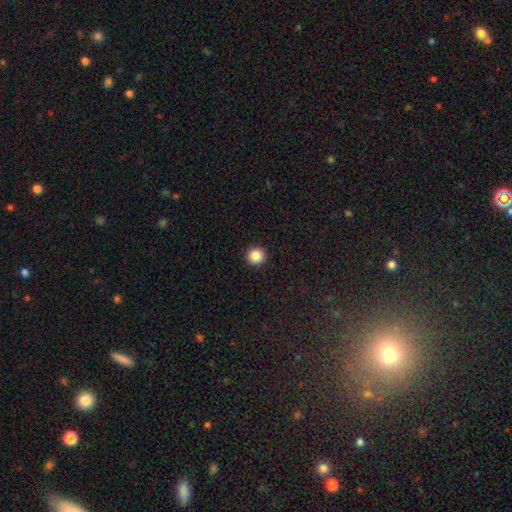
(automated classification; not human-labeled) smooth_or_featured: smooth (p=0.86) [alt: star or artifact p=0.10]
how_rounded: round (p=0.95) [alt: in between p=0.04]
merging: none (p=0.94) [alt: minor disturbance p=0.04]